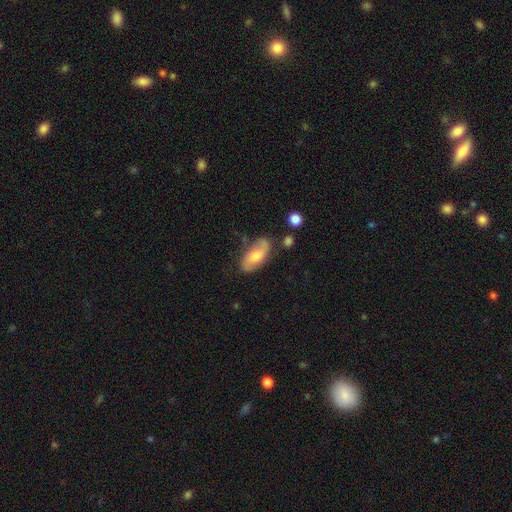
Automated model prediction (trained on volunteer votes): Smooth or featured?
  - featured or disk: 51% *
  - smooth: 41%
  - star or artifact: 8%
Edge-on disk?
  - no: 89% *
  - yes: 11%
Merging?
  - none: 69% *
  - minor disturbance: 21%
  - major disturbance: 6%
  - merger: 5%